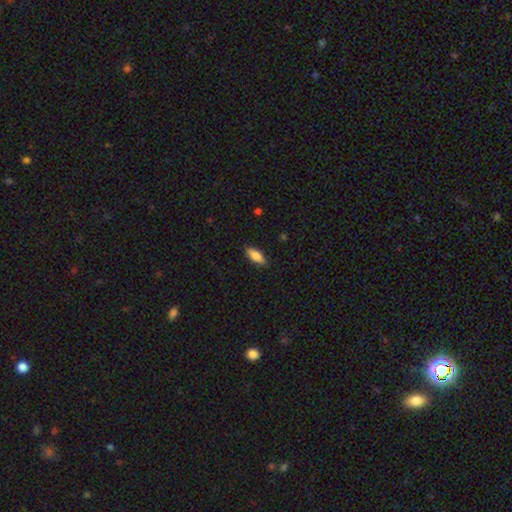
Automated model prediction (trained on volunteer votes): A smooth galaxy with no disk features (79%) that is in between round and cigar-shaped (72%). Merging: none (88%).